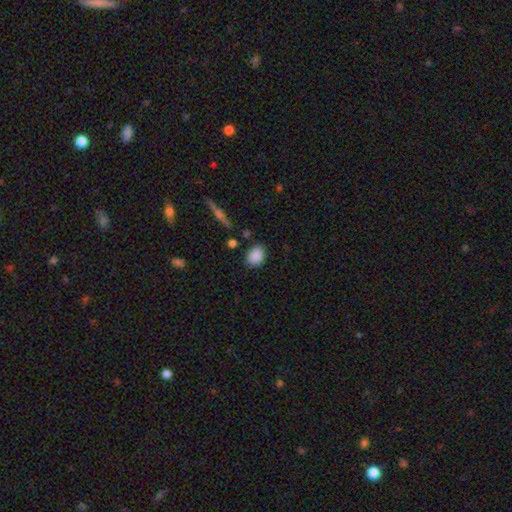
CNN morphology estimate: A smooth galaxy with no disk features (87%) that is in between round and cigar-shaped (59%). Merging: none (82%).